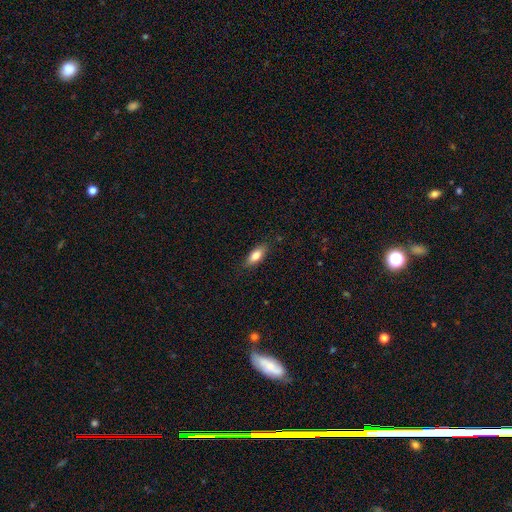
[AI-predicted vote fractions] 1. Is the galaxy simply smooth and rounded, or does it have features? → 79% smooth, 14% featured or disk, 7% star or artifact.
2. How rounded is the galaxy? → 77% in between, 20% cigar-shaped, 3% round.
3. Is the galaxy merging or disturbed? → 84% none, 13% minor disturbance, 3% major disturbance, 1% merger.